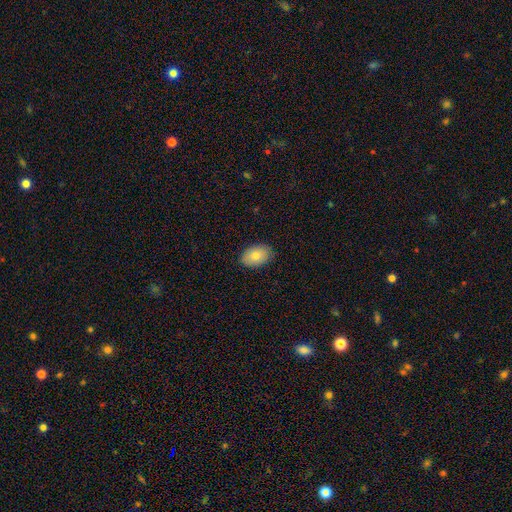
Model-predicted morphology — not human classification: smooth-or-featured: smooth: 81% | featured or disk: 12% | star or artifact: 7%
  how-rounded: in between: 86% | round: 13% | cigar-shaped: 1%
  merging: none: 87% | minor disturbance: 10% | major disturbance: 2% | merger: 1%